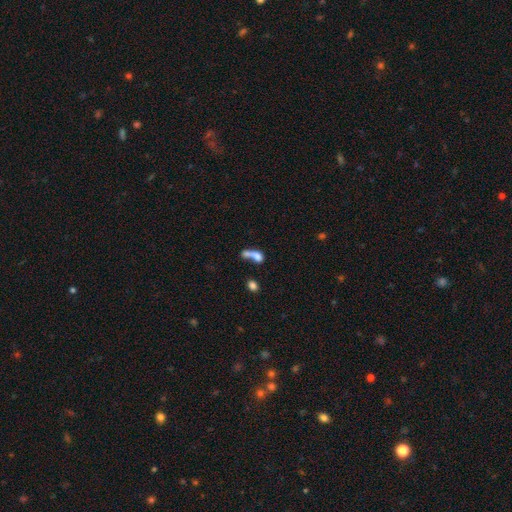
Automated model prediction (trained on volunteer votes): smooth-or-featured: smooth: 66% | featured or disk: 21% | star or artifact: 12%
  how-rounded: in between: 57% | round: 24% | cigar-shaped: 19%
  merging: merger: 56% | none: 21% | major disturbance: 15% | minor disturbance: 8%